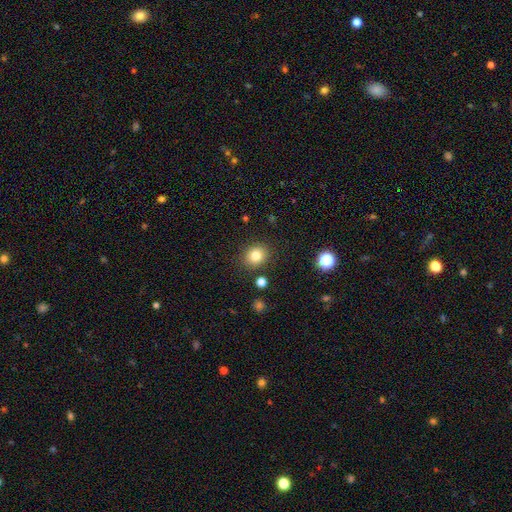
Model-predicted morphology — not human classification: Smooth or featured: smooth — 81% (star or artifact — 12%)
How rounded: round — 68% (in between — 32%)
Merging: none — 87% (minor disturbance — 8%)